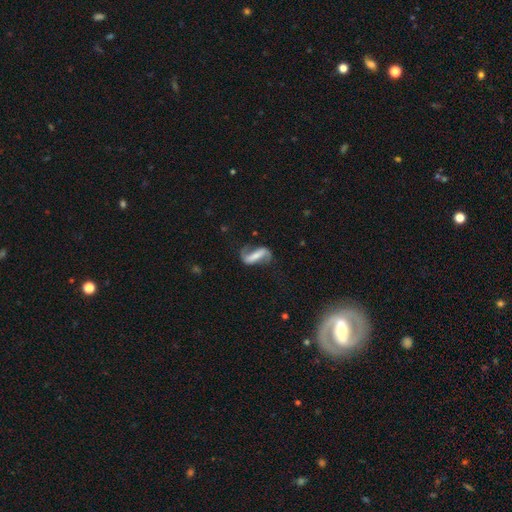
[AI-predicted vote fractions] smooth_or_featured: featured or disk (p=0.73) [alt: smooth p=0.20]
disk_edge_on: no (p=0.92) [alt: yes p=0.08]
bar: strong (p=0.62) [alt: weak p=0.23]
has_spiral_arms: yes (p=0.90) [alt: no p=0.10]
spiral_winding: loose (p=0.67) [alt: medium p=0.25]
spiral_arm_count: 2 (p=0.88) [alt: 1 p=0.06]
bulge_size: none (p=0.35) [alt: small p=0.31]
merging: none (p=0.60) [alt: minor disturbance p=0.20]